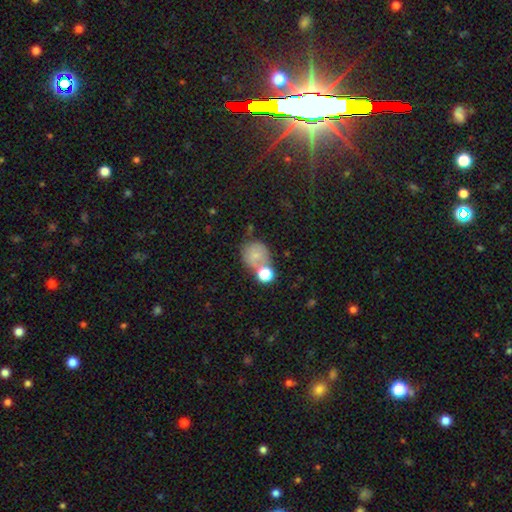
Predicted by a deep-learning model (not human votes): Smooth or featured? Predicted: smooth (p=0.69). How rounded? Predicted: round (p=0.77). Merging? Predicted: none (p=0.47).